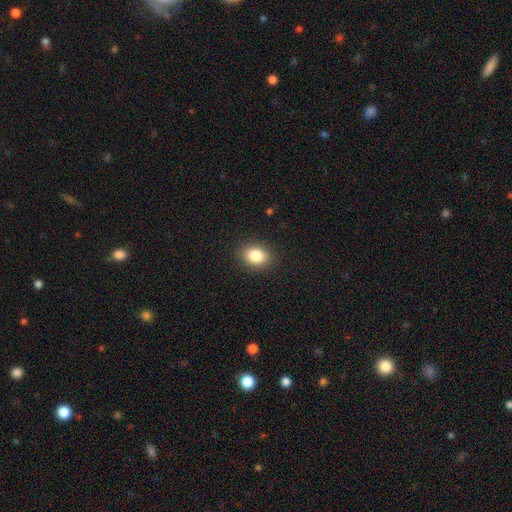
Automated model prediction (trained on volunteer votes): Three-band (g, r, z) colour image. It shows a smooth galaxy with no disk features (84%) that is in between round and cigar-shaped (62%). Merging: none (89%).